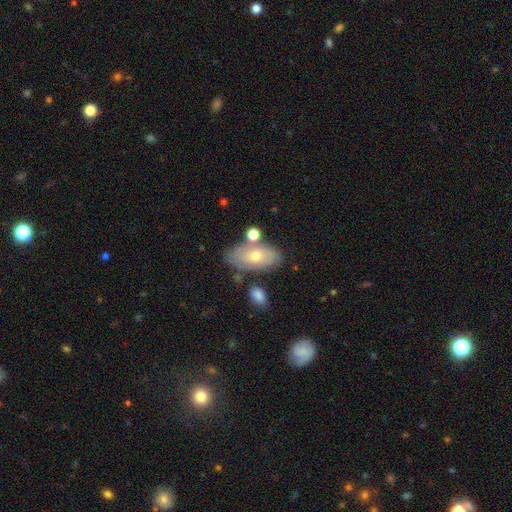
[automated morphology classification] Smooth or featured: smooth — 55% (featured or disk — 38%)
How rounded: in between — 90% (round — 6%)
Merging: none — 65% (minor disturbance — 18%)